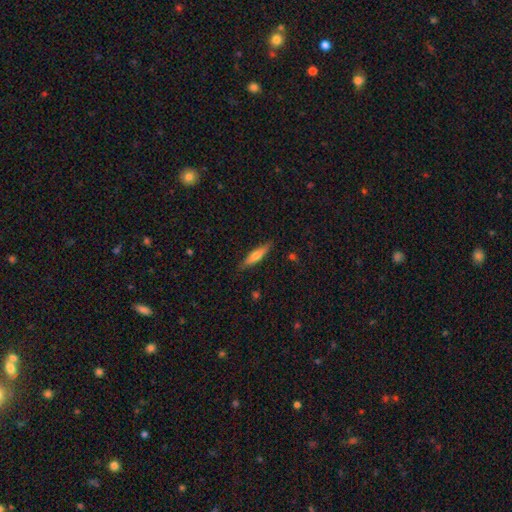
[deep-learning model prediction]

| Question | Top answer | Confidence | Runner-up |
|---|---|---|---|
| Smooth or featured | smooth | 57% | featured or disk (37%) |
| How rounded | cigar-shaped | 79% | in between (19%) |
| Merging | none | 86% | minor disturbance (10%) |